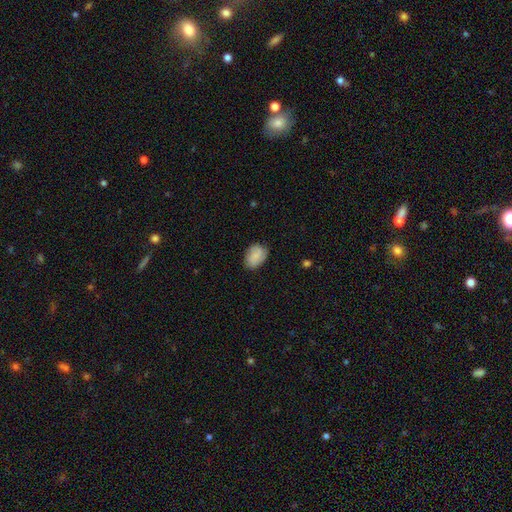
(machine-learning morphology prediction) This is clearly a smooth galaxy (80%). How rounded: likely in between (78%). Merging: likely none (74%).